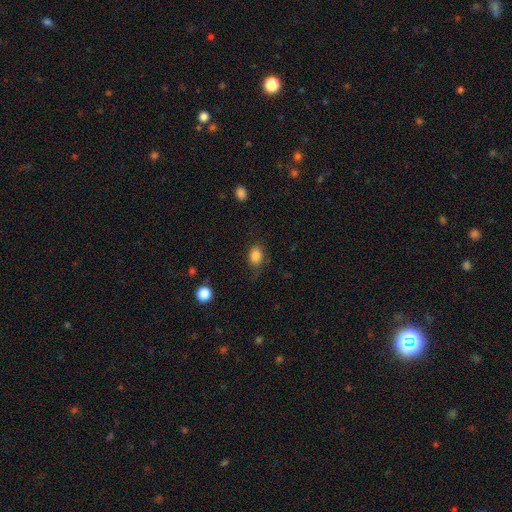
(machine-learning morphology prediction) smooth 84%, star or artifact 10%, featured or disk 6%. Down the decision tree: how rounded — in between (69%); merging — none (72%).